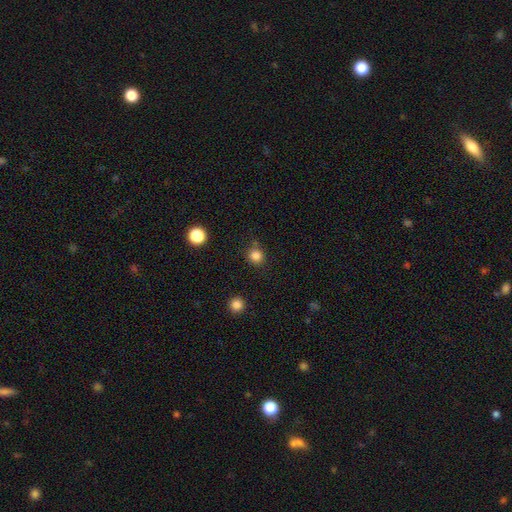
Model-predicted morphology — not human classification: Smooth or featured: smooth — 83% (star or artifact — 13%)
How rounded: round — 91% (in between — 8%)
Merging: none — 81% (minor disturbance — 10%)